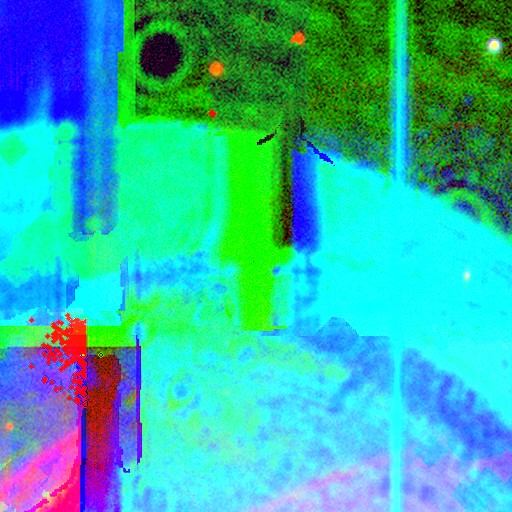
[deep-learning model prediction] Smooth or featured: star or artifact — 83% (featured or disk — 9%)